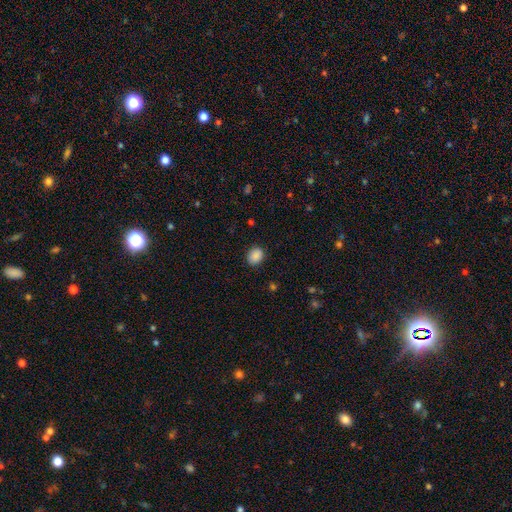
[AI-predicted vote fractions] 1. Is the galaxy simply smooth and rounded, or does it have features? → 88% smooth, 9% star or artifact, 4% featured or disk.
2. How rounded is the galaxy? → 56% round, 43% in between, 1% cigar-shaped.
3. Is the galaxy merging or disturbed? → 87% none, 9% minor disturbance, 2% major disturbance, 1% merger.